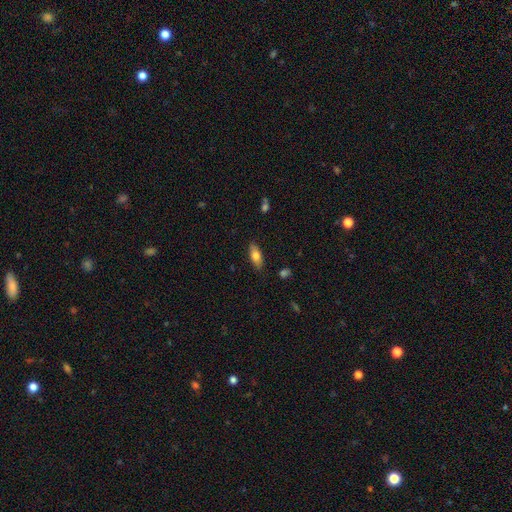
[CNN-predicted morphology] Smooth or featured: smooth — 76% (featured or disk — 17%)
How rounded: in between — 79% (cigar-shaped — 18%)
Merging: none — 86% (minor disturbance — 10%)